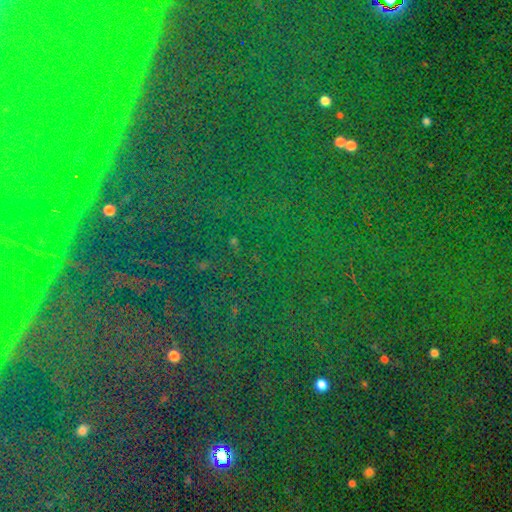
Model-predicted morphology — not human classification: A star or artifact, not a galaxy (80%).

Vote fractions:
- Smooth or featured? star or artifact: 80% / smooth: 10% / featured or disk: 10%